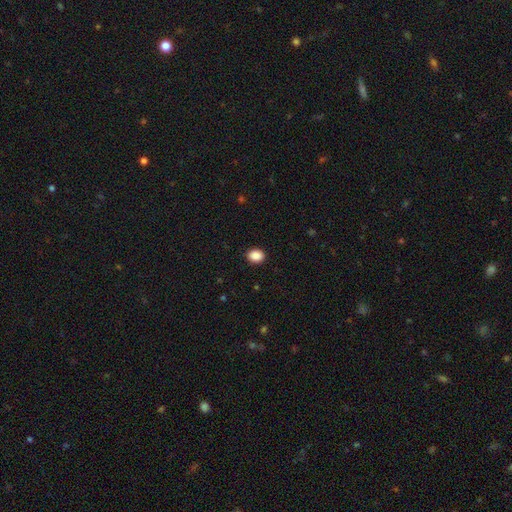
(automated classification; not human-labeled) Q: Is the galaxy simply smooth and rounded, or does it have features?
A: smooth — 90%.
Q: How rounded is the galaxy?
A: in between — 58%.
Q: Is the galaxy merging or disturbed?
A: none — 90%.